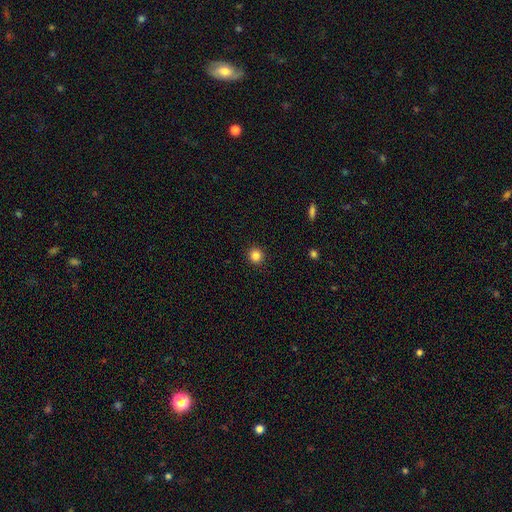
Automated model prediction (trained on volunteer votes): This appears to be a smooth galaxy with no disk features (84%) that is round (94%). Merging: none (92%).